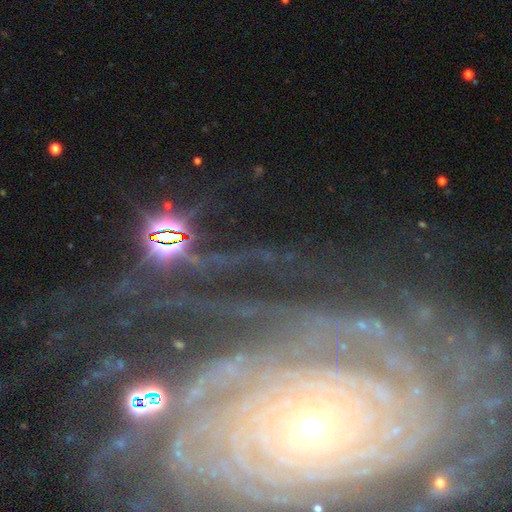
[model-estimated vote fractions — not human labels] A featured or disk galaxy (81%) with no bar (68%), more than 4 (26%) tight (81%) spiral arms (96%) and a small central bulge (77%). Merging: none (75%).